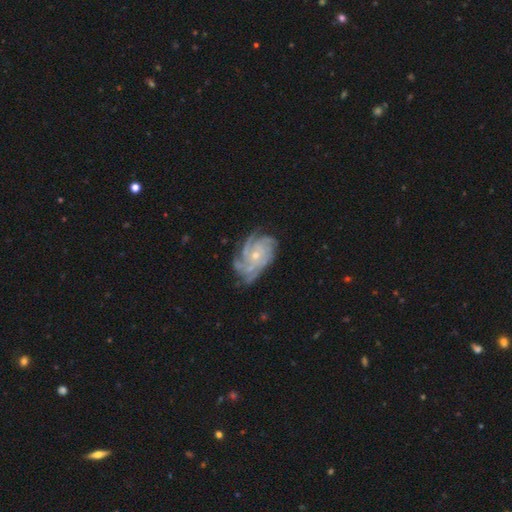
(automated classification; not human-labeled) smooth-or-featured: featured or disk: 88% | smooth: 6% | star or artifact: 6%
  disk-edge-on: no: 97% | yes: 3%
    bar: no: 74% | weak: 21% | strong: 5%
    has-spiral-arms: yes: 98% | no: 2%
      spiral-winding: tight: 66% | medium: 29% | loose: 5%
      spiral-arm-count: 4: 39% | 3: 18% | can't tell: 16% | more than 4: 14% | 2: 7% | 1: 6%
    bulge-size: small: 67% | moderate: 30% | none: 2% | large: 1% | dominant: 1%
  merging: none: 71% | minor disturbance: 20% | major disturbance: 8% | merger: 2%